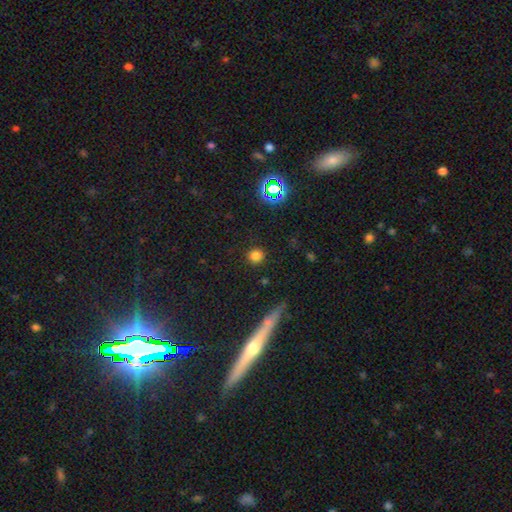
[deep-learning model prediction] Q: Smooth or featured?
A: smooth (78%); runner-up: star or artifact (16%)
Q: How rounded?
A: round (92%); runner-up: in between (7%)
Q: Merging?
A: none (89%); runner-up: minor disturbance (7%)